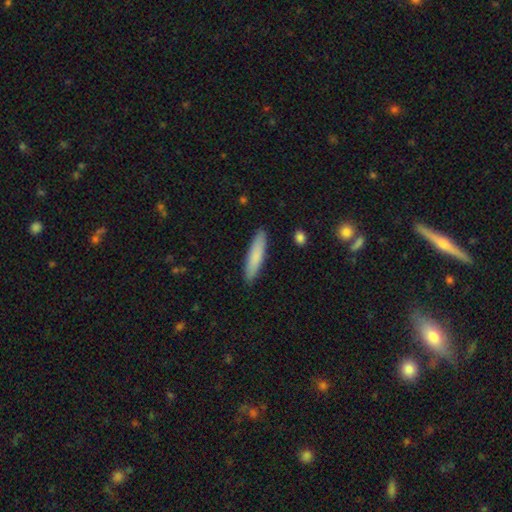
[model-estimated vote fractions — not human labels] smooth_or_featured: smooth (p=0.82) [alt: featured or disk p=0.12]
how_rounded: cigar-shaped (p=0.83) [alt: in between p=0.16]
merging: none (p=0.90) [alt: minor disturbance p=0.08]